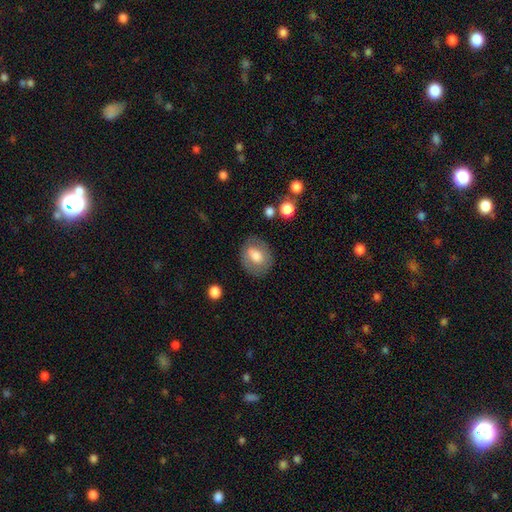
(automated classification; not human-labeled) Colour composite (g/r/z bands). It shows a smooth galaxy with no disk features (66%) that is in between round and cigar-shaped (55%). Merging: none (77%).